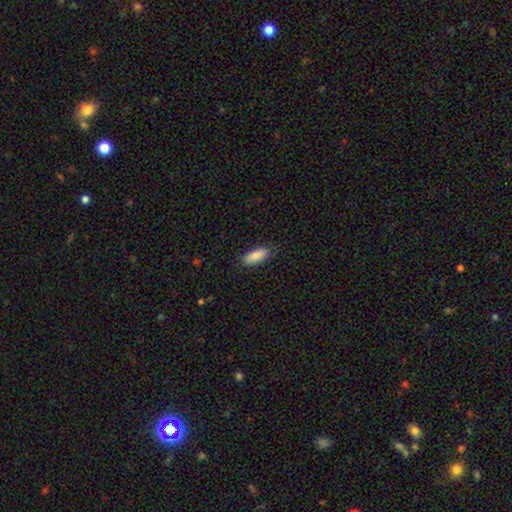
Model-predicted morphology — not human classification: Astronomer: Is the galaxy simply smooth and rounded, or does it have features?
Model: smooth — 89%.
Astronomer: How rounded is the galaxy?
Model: in between — 77%.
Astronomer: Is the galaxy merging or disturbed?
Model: none — 85%.